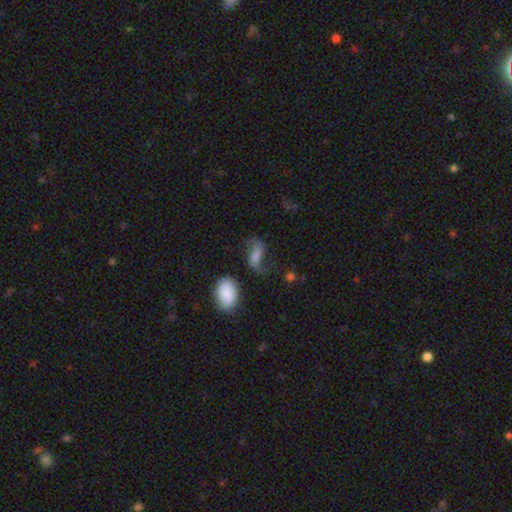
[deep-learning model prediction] The model was most divided on "smooth or featured": featured or disk: 46%, smooth: 42%, star or artifact: 12%. More confident: merging — none (54%).